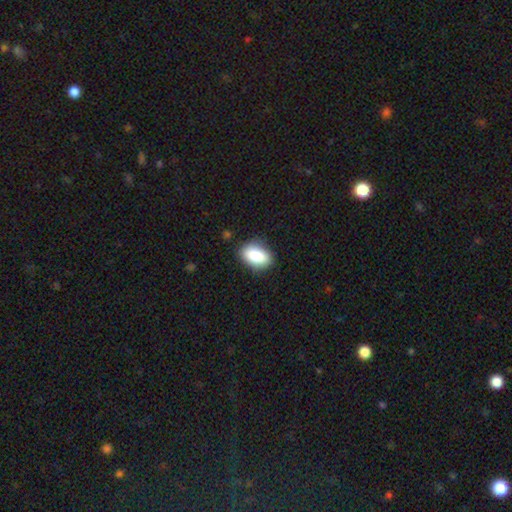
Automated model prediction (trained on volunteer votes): The model was most divided on "merging": none: 82%, minor disturbance: 13%, major disturbance: 3%, merger: 1%. More confident: how rounded — in between (89%); smooth or featured — smooth (85%).